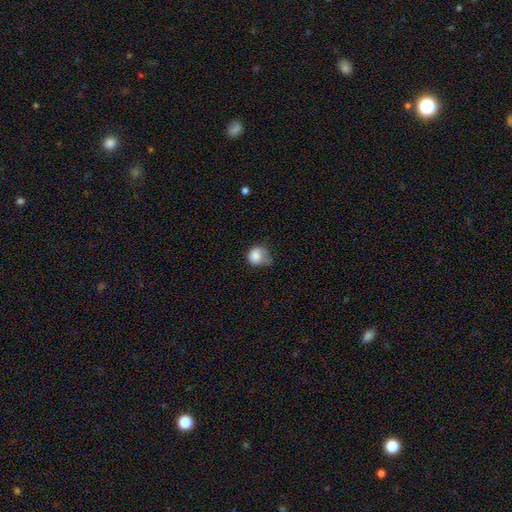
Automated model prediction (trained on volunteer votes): A smooth galaxy with no disk features (82%) that is round (72%).

Vote fractions:
- Smooth or featured? smooth: 82% / featured or disk: 10% / star or artifact: 8%
- How rounded? round: 72% / in between: 27% / cigar-shaped: 1%
- Merging? minor disturbance: 41% / none: 29% / major disturbance: 28% / merger: 3%